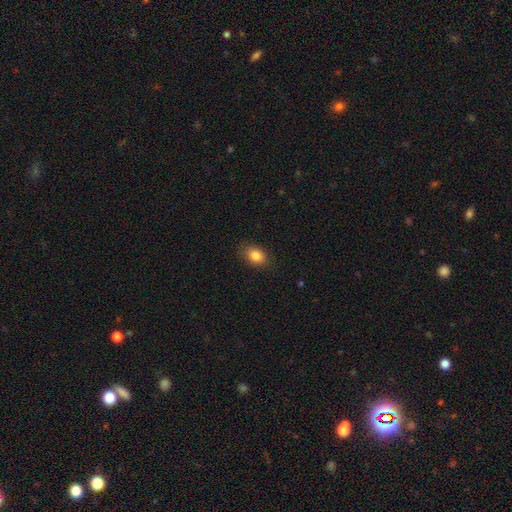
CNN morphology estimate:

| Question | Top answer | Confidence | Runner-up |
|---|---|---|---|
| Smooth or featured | smooth | 85% | star or artifact (9%) |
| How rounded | in between | 81% | round (18%) |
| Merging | none | 85% | minor disturbance (12%) |